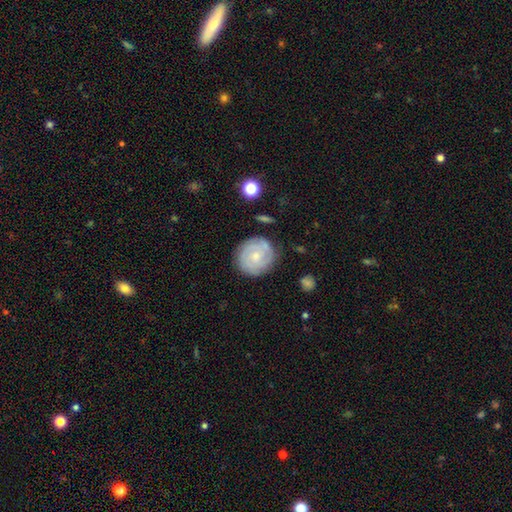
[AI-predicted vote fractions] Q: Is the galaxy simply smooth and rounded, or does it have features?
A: featured or disk — 68%.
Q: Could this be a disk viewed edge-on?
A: no — 98%.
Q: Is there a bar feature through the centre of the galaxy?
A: no — 72%.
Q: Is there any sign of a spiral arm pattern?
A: yes — 90%.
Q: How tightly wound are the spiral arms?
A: tight — 75%.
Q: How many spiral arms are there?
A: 2 — 46%.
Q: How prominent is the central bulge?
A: small — 59%.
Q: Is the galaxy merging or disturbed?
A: none — 81%.